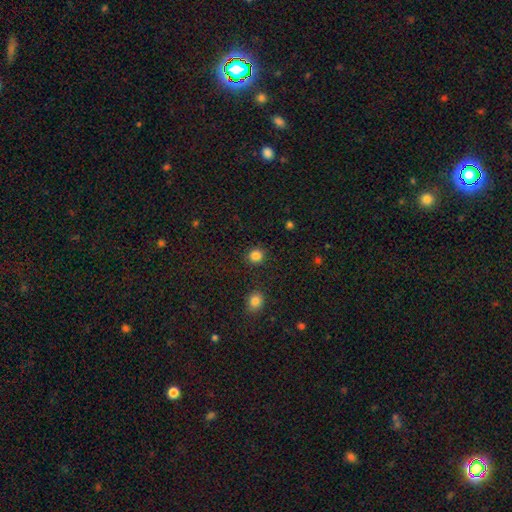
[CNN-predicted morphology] smooth_or_featured: smooth (p=0.85) [alt: star or artifact p=0.11]
how_rounded: round (p=0.89) [alt: in between p=0.10]
merging: none (p=0.89) [alt: minor disturbance p=0.07]